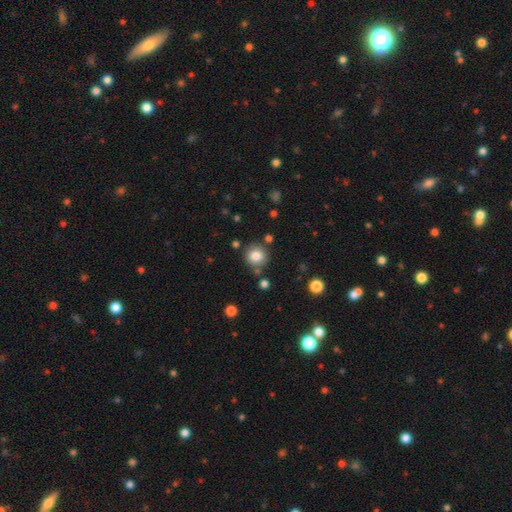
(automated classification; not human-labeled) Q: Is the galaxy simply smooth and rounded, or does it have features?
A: smooth — 81%.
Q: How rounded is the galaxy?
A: round — 93%.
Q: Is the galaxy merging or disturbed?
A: none — 84%.